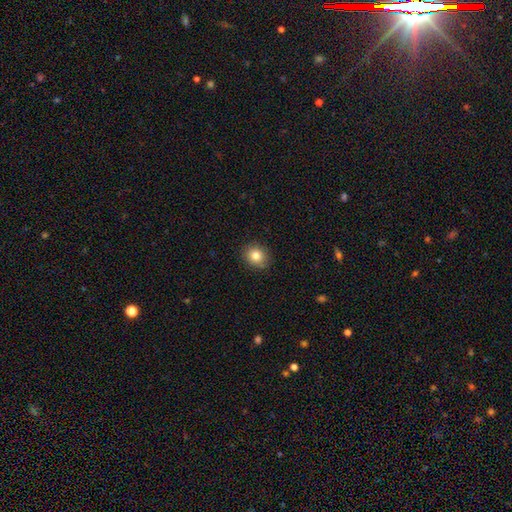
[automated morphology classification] Q: Smooth or featured?
A: smooth (82%); runner-up: star or artifact (10%)
Q: How rounded?
A: round (70%); runner-up: in between (29%)
Q: Merging?
A: none (87%); runner-up: minor disturbance (10%)